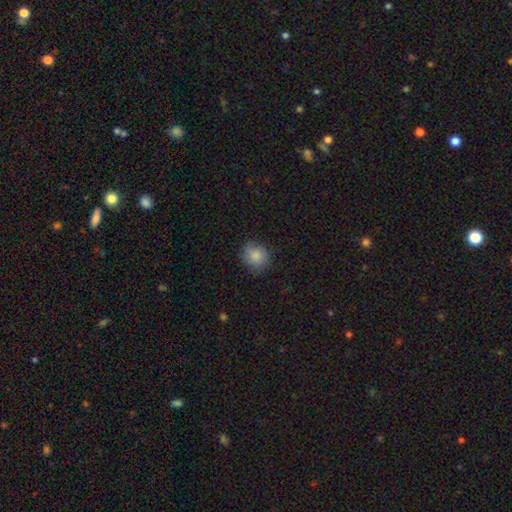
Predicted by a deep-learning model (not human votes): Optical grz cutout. It shows a smooth galaxy with no disk features (86%) that is round (82%). Merging: none (81%).